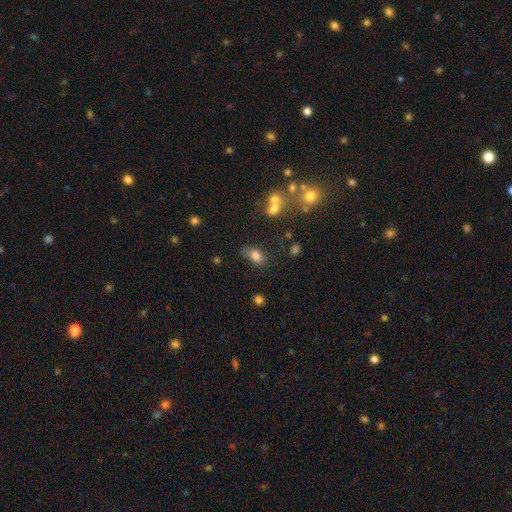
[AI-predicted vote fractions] Q: Smooth or featured?
A: smooth (81%); runner-up: star or artifact (10%)
Q: How rounded?
A: in between (87%); runner-up: round (10%)
Q: Merging?
A: none (64%); runner-up: minor disturbance (21%)